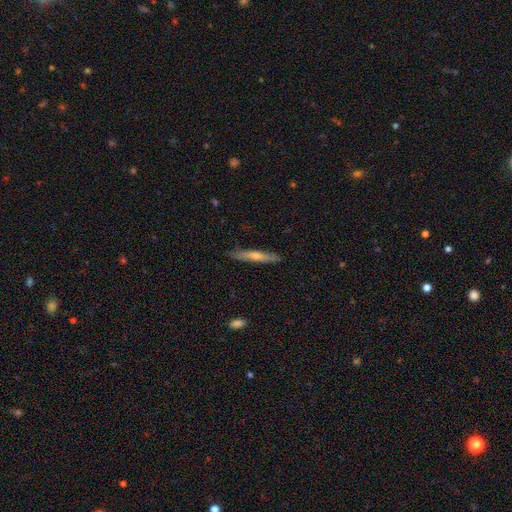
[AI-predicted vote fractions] smooth 48%, featured or disk 46%, star or artifact 6%. Down the decision tree: merging — none (88%).